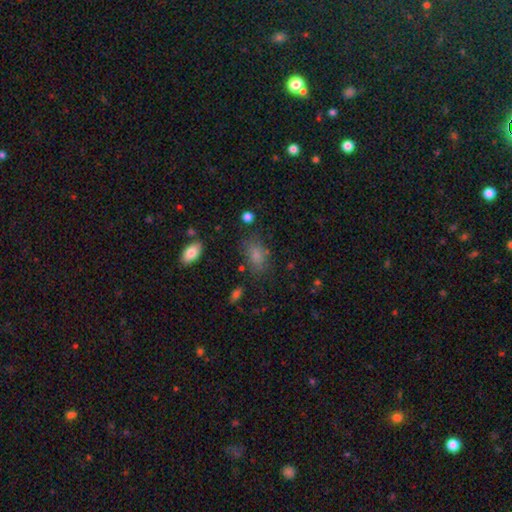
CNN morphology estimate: smooth-or-featured: smooth: 79% | star or artifact: 12% | featured or disk: 9%
  how-rounded: in between: 87% | round: 11% | cigar-shaped: 3%
  merging: none: 69% | minor disturbance: 20% | major disturbance: 8% | merger: 4%